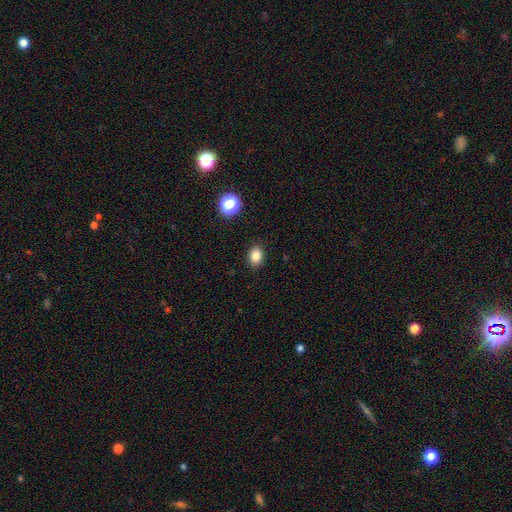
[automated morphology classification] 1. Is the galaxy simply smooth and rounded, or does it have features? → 83% smooth, 12% star or artifact, 6% featured or disk.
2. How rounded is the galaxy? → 65% in between, 34% round, 1% cigar-shaped.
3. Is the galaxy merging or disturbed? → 89% none, 8% minor disturbance, 2% major disturbance, 1% merger.